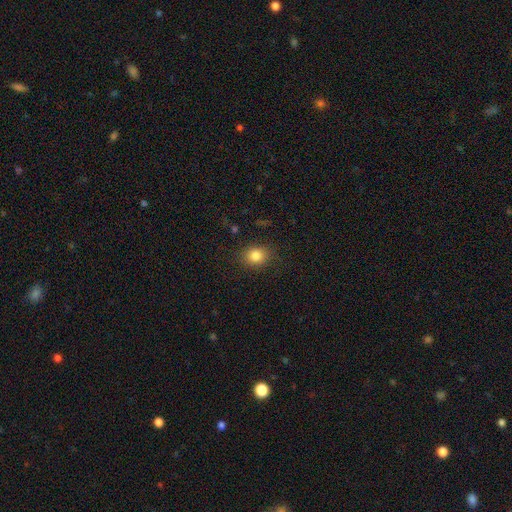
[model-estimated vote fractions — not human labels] Smooth or featured? smooth (83%)
How rounded? round (64%)
Merging? none (85%)